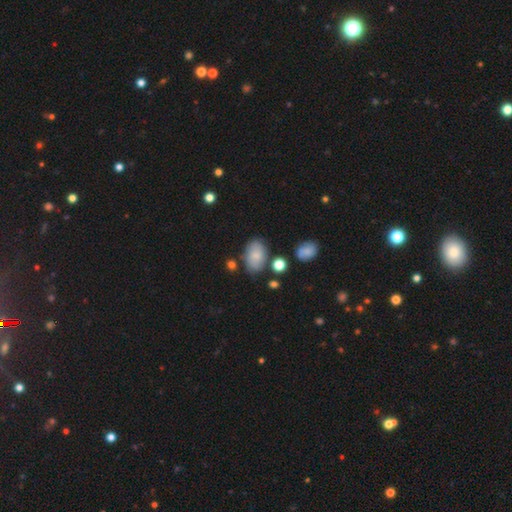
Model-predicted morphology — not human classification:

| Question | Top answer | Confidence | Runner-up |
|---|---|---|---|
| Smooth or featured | smooth | 77% | featured or disk (14%) |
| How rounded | in between | 88% | round (11%) |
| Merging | none | 71% | minor disturbance (18%) |